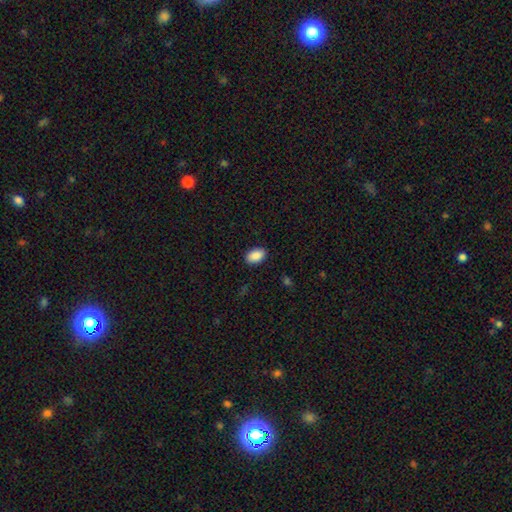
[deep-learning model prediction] smooth 89%, star or artifact 7%, featured or disk 4%. Down the decision tree: how rounded — in between (91%); merging — none (89%).